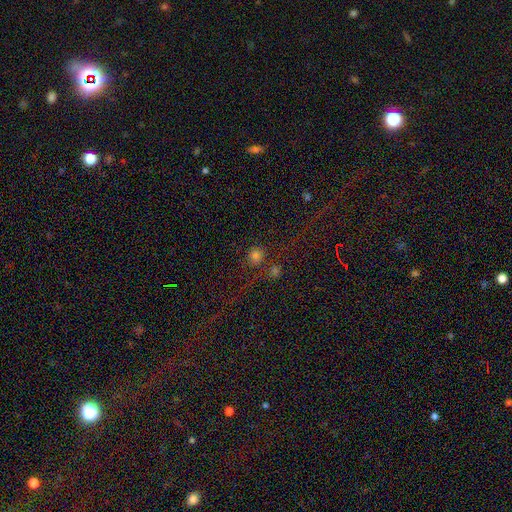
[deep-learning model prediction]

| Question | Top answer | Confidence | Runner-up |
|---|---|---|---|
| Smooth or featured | smooth | 73% | star or artifact (21%) |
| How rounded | round | 91% | in between (8%) |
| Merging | none | 66% | merger (19%) |